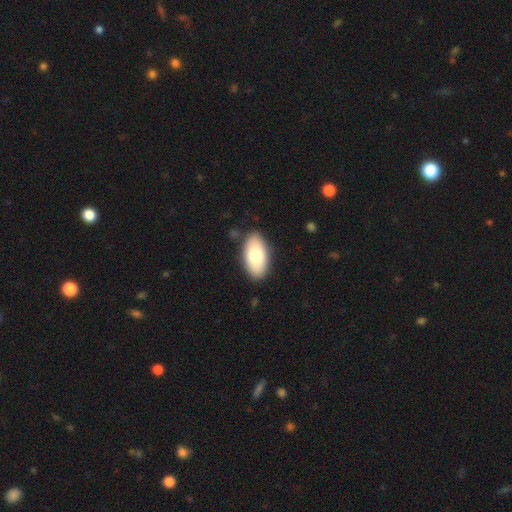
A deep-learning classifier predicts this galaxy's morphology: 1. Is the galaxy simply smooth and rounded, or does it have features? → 77% smooth, 17% featured or disk, 6% star or artifact.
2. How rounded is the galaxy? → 94% in between, 3% cigar-shaped, 3% round.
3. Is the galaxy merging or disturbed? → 86% none, 10% minor disturbance, 2% major disturbance, 2% merger.